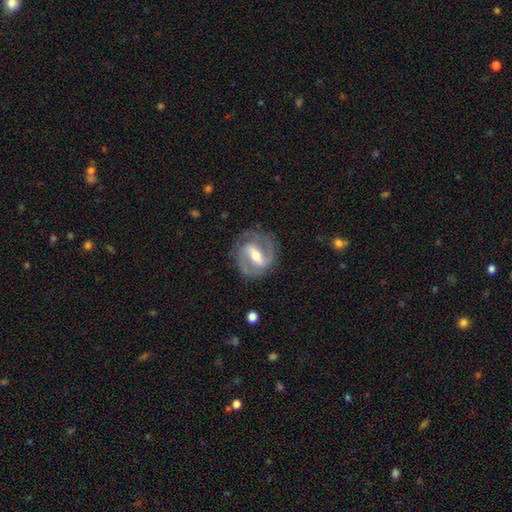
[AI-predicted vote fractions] smooth_or_featured: featured or disk (p=0.85) [alt: smooth p=0.10]
disk_edge_on: no (p=0.96) [alt: yes p=0.04]
bar: strong (p=0.60) [alt: weak p=0.31]
has_spiral_arms: yes (p=0.91) [alt: no p=0.09]
spiral_winding: medium (p=0.47) [alt: tight p=0.39]
spiral_arm_count: 2 (p=0.88) [alt: can't tell p=0.05]
bulge_size: moderate (p=0.63) [alt: small p=0.28]
merging: none (p=0.82) [alt: minor disturbance p=0.12]